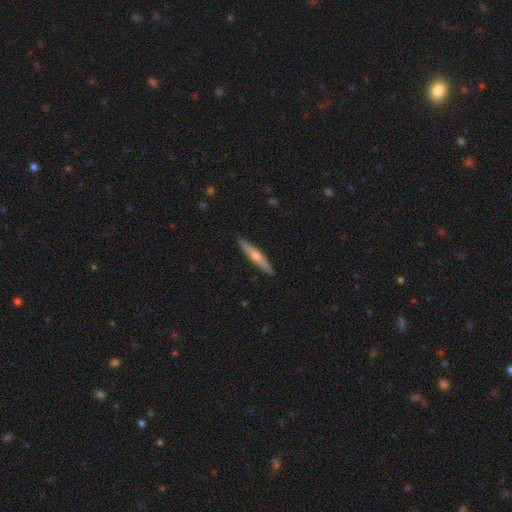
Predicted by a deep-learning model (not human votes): smooth_or_featured: featured or disk (p=0.51) [alt: smooth p=0.43]
disk_edge_on: yes (p=0.95) [alt: no p=0.05]
merging: none (p=0.92) [alt: minor disturbance p=0.06]